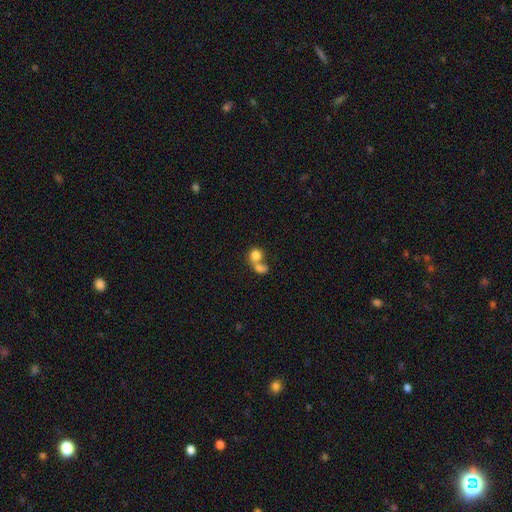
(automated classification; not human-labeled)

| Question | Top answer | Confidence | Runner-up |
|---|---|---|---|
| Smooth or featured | smooth | 78% | featured or disk (13%) |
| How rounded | round | 72% | in between (27%) |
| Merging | merger | 66% | none (23%) |